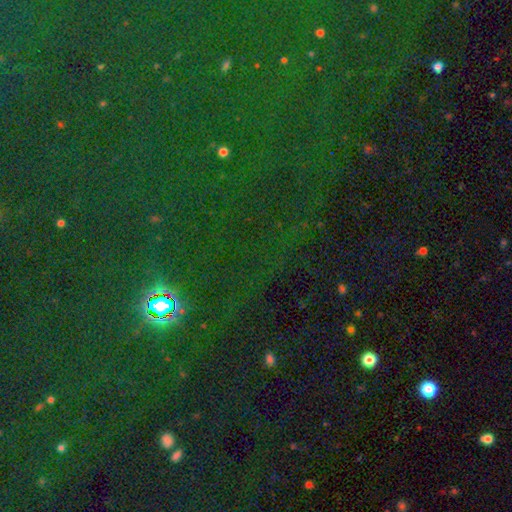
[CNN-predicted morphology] smooth-or-featured: star or artifact: 84% | smooth: 9% | featured or disk: 7%